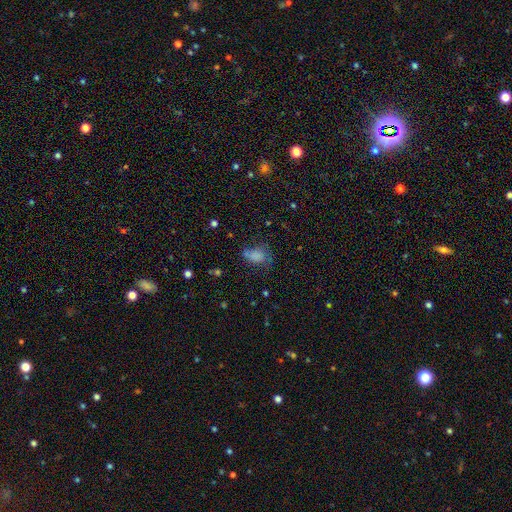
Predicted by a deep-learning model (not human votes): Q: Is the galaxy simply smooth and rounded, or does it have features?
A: smooth — 74%.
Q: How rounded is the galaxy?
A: in between — 75%.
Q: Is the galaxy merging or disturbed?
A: none — 43%.